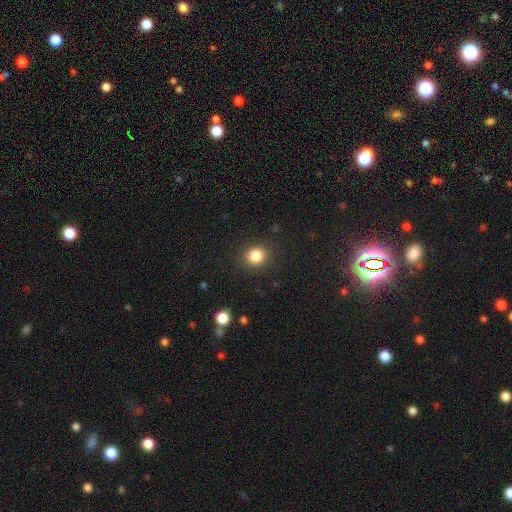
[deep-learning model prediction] Smooth or featured? smooth (84%)
How rounded? round (82%)
Merging? none (88%)